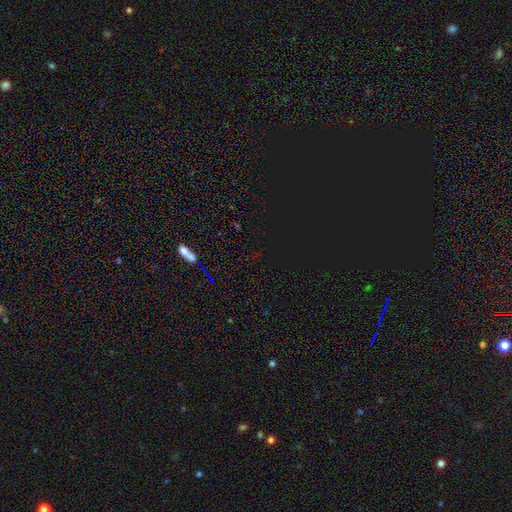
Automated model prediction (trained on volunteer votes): Morphology: type=star or artifact (75%).